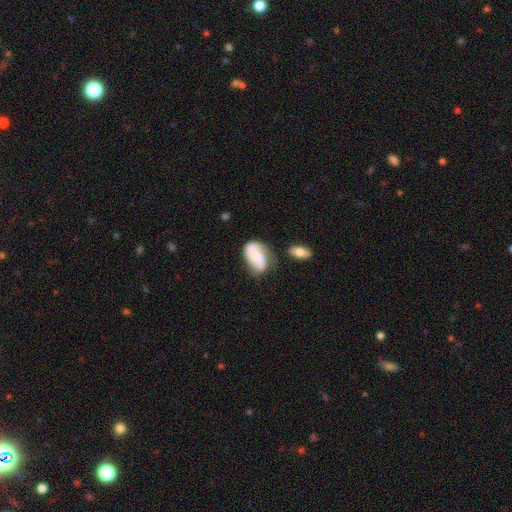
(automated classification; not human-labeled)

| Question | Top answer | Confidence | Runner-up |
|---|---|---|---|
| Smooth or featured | smooth | 51% | featured or disk (42%) |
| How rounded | in between | 90% | round (8%) |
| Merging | none | 40% | minor disturbance (33%) |